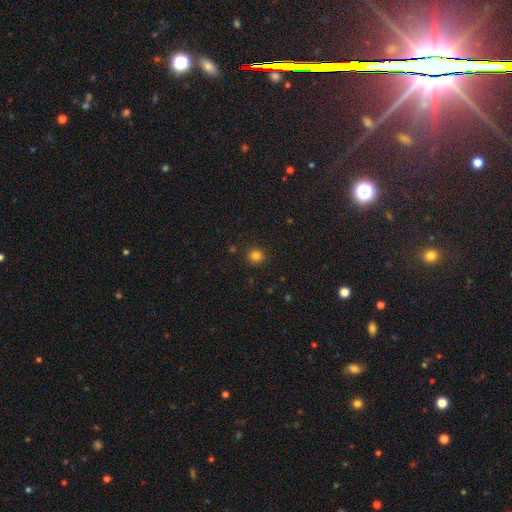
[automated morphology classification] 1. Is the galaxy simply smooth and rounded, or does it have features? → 82% smooth, 14% star or artifact, 4% featured or disk.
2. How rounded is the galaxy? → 90% round, 9% in between, 1% cigar-shaped.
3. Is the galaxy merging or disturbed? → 90% none, 6% minor disturbance, 2% major disturbance, 2% merger.